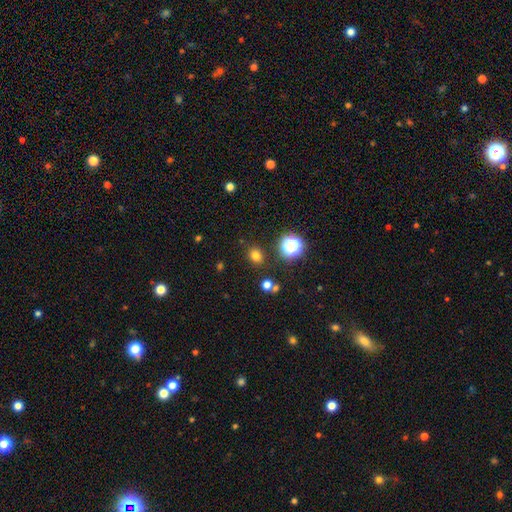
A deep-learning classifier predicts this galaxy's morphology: A smooth galaxy with no disk features (75%) that is round (70%). Merging: none (85%).